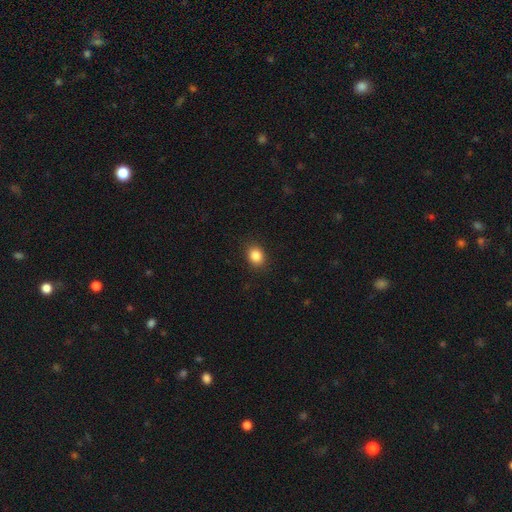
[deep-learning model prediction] Overall: smooth (86%). How rounded: round (55%; in between 44%). Merging: none (89%).